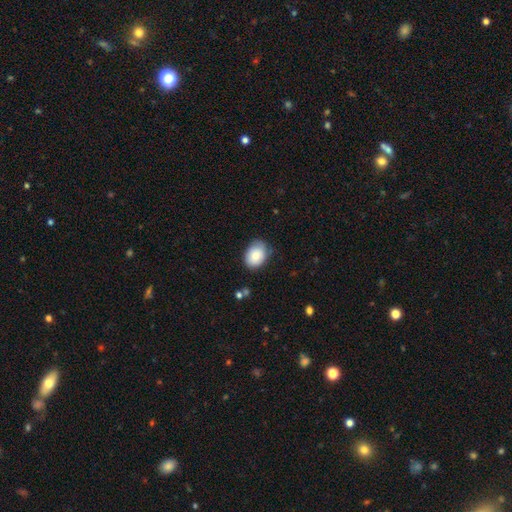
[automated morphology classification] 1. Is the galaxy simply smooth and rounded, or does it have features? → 79% smooth, 13% featured or disk, 8% star or artifact.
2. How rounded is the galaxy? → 68% in between, 32% round, 1% cigar-shaped.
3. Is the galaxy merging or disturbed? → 71% none, 23% minor disturbance, 4% major disturbance, 2% merger.